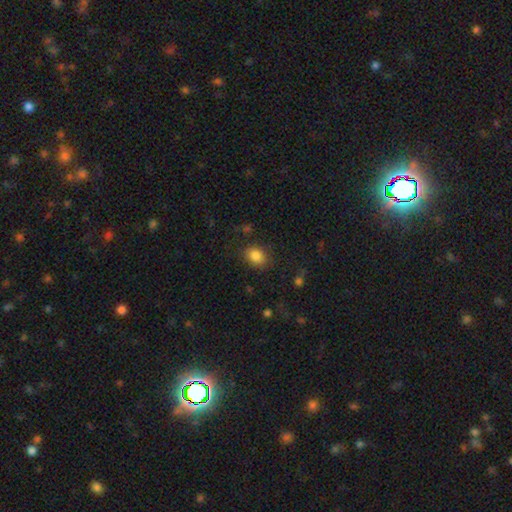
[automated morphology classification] Overall: smooth (85%). How rounded: in between (54%; round 45%). Merging: none (81%).